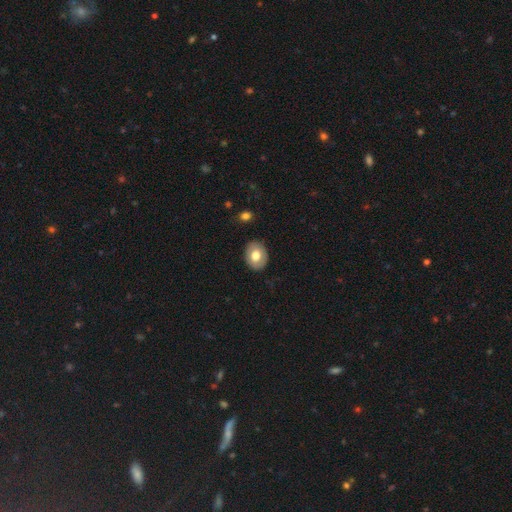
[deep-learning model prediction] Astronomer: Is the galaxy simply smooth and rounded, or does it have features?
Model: smooth — 73%.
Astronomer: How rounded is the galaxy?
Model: in between — 60% (runner-up: round, 39%).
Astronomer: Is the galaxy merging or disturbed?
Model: none — 88%.